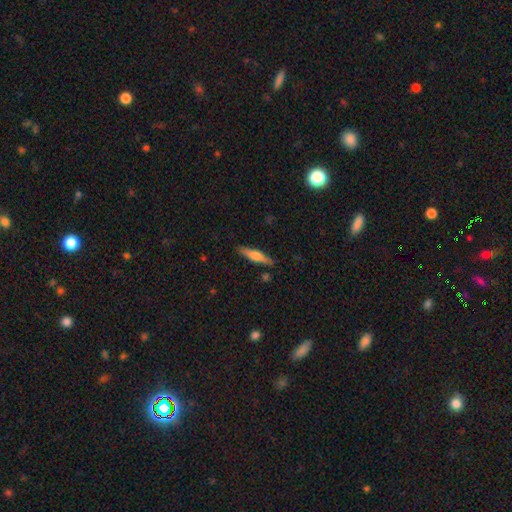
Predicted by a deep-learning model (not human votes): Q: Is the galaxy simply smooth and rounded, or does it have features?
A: smooth — 50%.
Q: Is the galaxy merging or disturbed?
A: none — 86%.